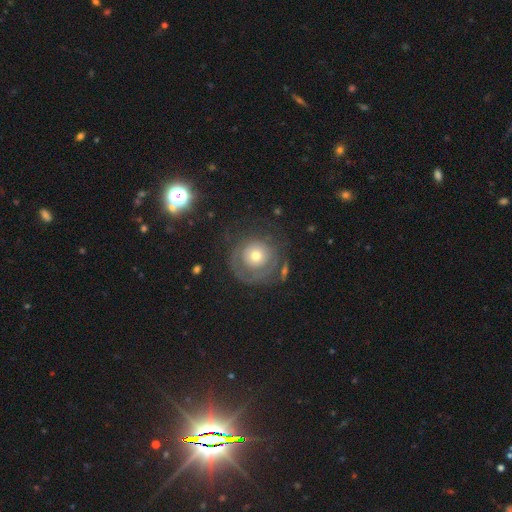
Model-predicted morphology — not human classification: Overall: featured or disk (52%; smooth 40%). Edge-on disk: no (96%). Merging: none (60%).